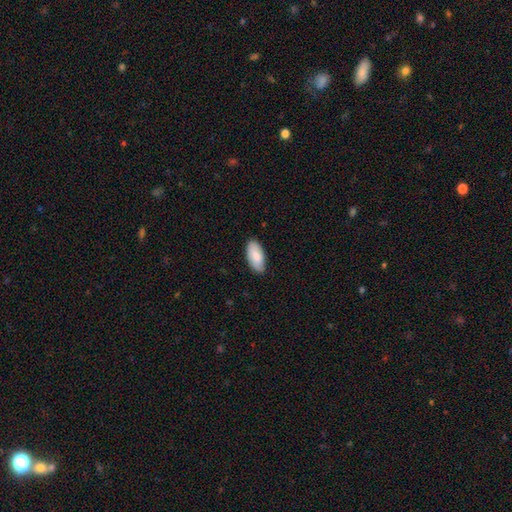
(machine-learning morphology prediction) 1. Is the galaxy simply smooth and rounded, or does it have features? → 85% smooth, 9% featured or disk, 5% star or artifact.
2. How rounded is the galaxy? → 92% in between, 7% cigar-shaped, 2% round.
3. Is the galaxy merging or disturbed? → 85% none, 12% minor disturbance, 2% major disturbance, 1% merger.